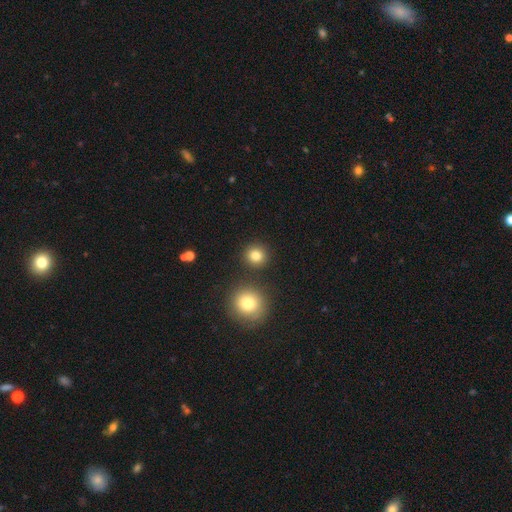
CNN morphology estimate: This is clearly a smooth galaxy (82%). How rounded: clearly round (93%). Merging: clearly none (87%).